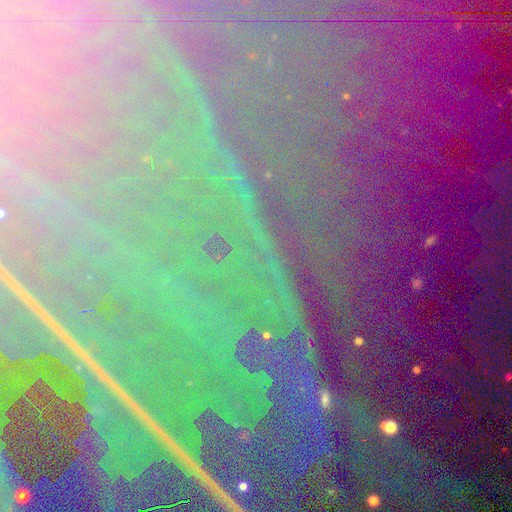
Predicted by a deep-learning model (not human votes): Smooth or featured?
  - star or artifact: 88% *
  - featured or disk: 7%
  - smooth: 6%